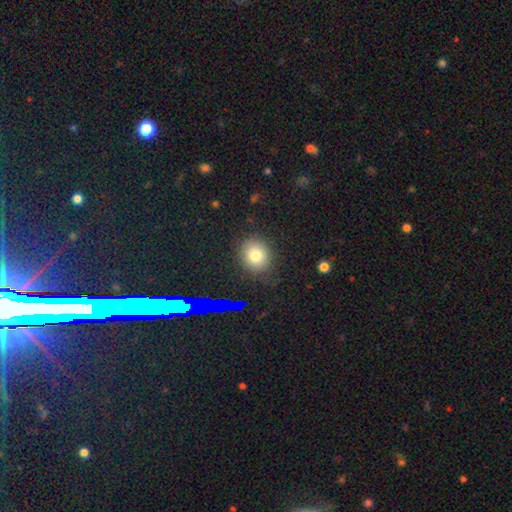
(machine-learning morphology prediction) Smooth or featured?
  - smooth: 73% *
  - star or artifact: 18%
  - featured or disk: 9%
How rounded?
  - round: 70% *
  - in between: 29%
  - cigar-shaped: 2%
Merging?
  - none: 90% *
  - minor disturbance: 7%
  - major disturbance: 2%
  - merger: 1%